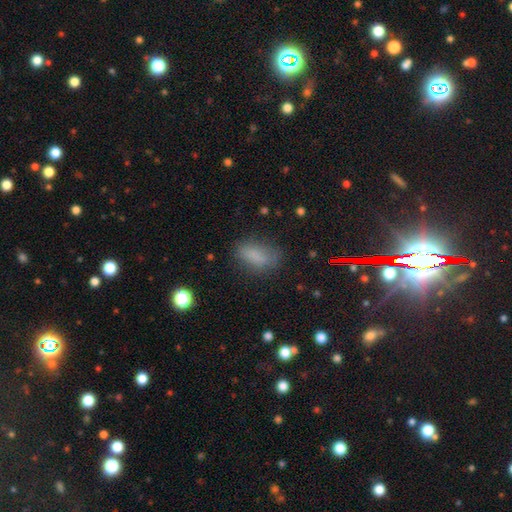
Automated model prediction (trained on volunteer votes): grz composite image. It shows a smooth galaxy with no disk features (80%) that is in between round and cigar-shaped (84%). Merging: none (72%).